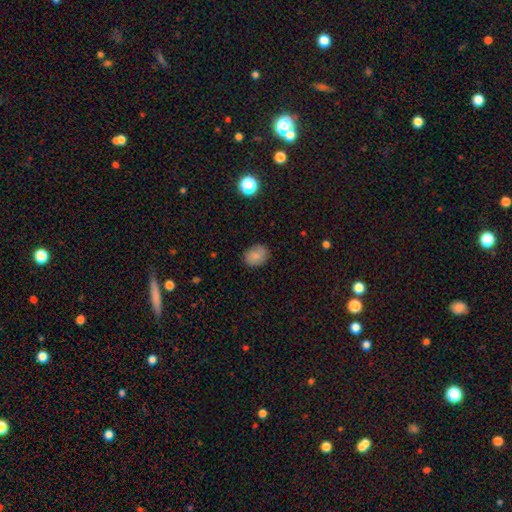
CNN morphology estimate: Q: Smooth or featured?
A: smooth (81%); runner-up: star or artifact (10%)
Q: How rounded?
A: in between (56%); runner-up: round (43%)
Q: Merging?
A: none (83%); runner-up: minor disturbance (13%)